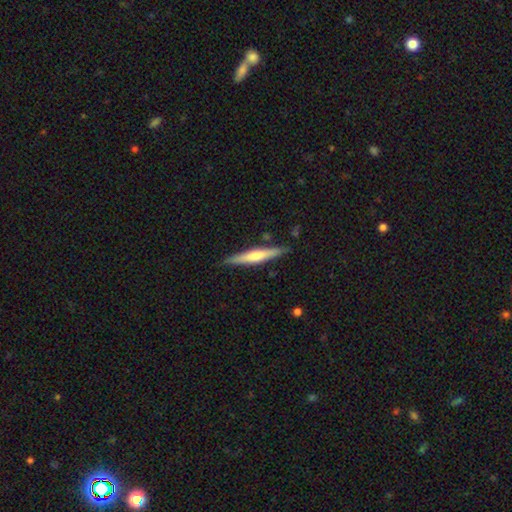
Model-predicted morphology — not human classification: featured or disk 53%, smooth 42%, star or artifact 5%. Down the decision tree: edge-on disk — yes (96%); edge-on bulge — rounded (72%); merging — none (87%).